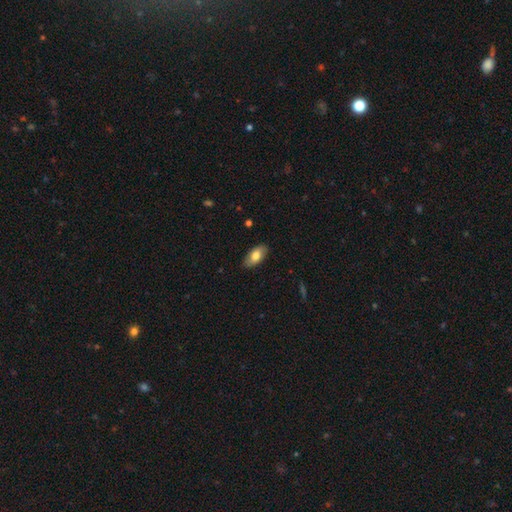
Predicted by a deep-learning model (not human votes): Smooth or featured?
  - smooth: 73% *
  - featured or disk: 21%
  - star or artifact: 6%
How rounded?
  - in between: 92% *
  - cigar-shaped: 6%
  - round: 3%
Merging?
  - none: 85% *
  - minor disturbance: 12%
  - major disturbance: 2%
  - merger: 1%